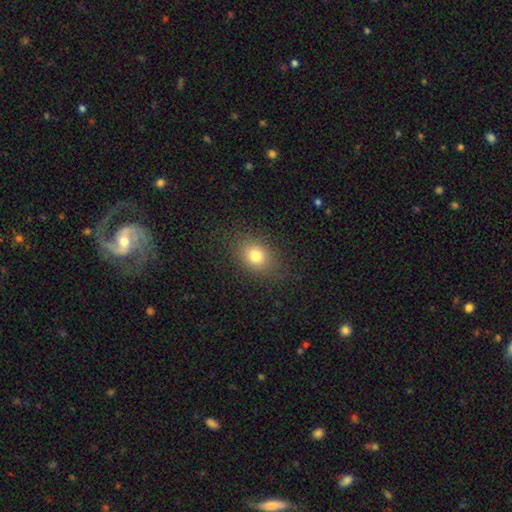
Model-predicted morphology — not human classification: This appears to be a smooth galaxy with no disk features (77%) that is in between round and cigar-shaped (56%). Merging: none (83%).